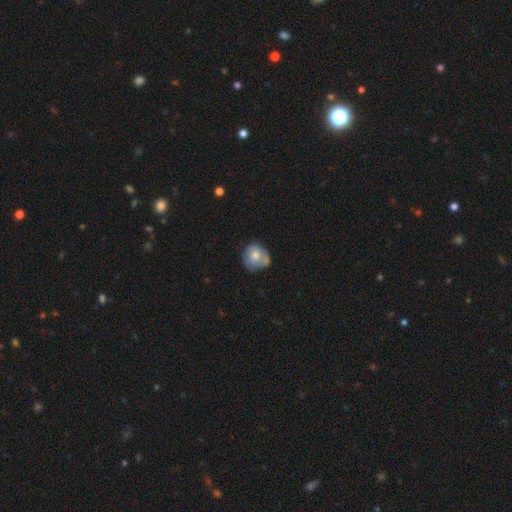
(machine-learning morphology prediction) Smooth or featured? Predicted: smooth (p=0.65). How rounded? Predicted: round (p=0.83). Merging? Predicted: none (p=0.52).